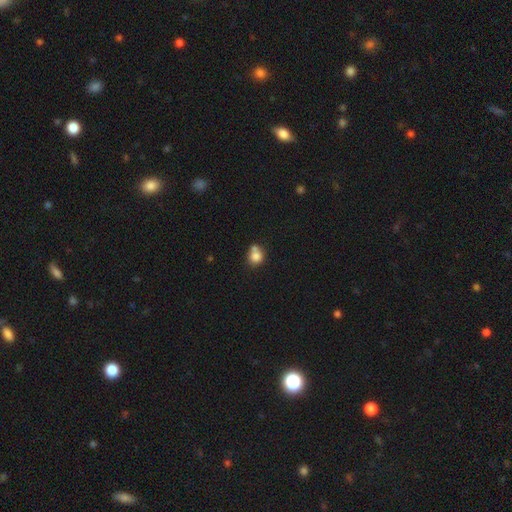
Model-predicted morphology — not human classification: Overall: smooth (81%). How rounded: round (76%). Merging: none (46%; merger 37%).